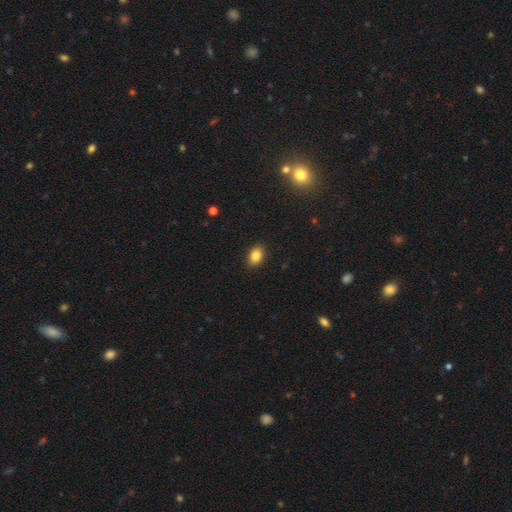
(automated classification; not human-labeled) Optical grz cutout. It shows a smooth galaxy with no disk features (86%) that is in between round and cigar-shaped (82%). Merging: none (89%).